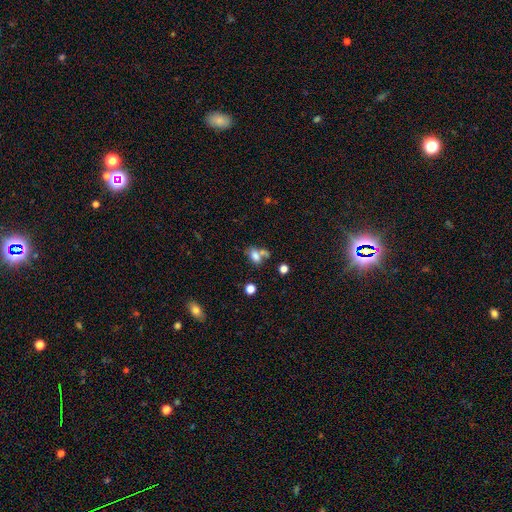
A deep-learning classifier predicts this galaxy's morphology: smooth_or_featured: smooth (p=0.73) [alt: featured or disk p=0.14]
how_rounded: in between (p=0.81) [alt: round p=0.14]
merging: merger (p=0.41) [alt: none p=0.36]